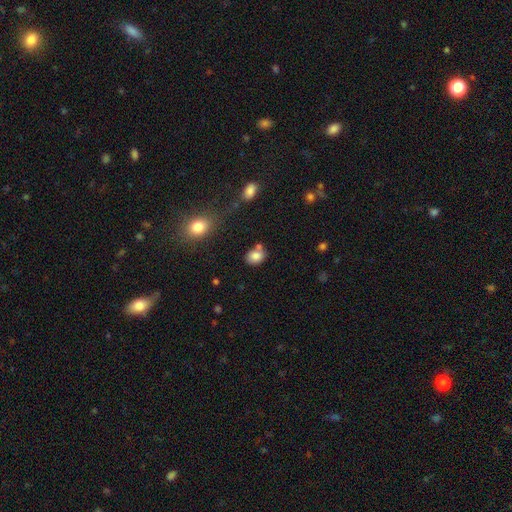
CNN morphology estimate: A smooth galaxy with no disk features (82%) that is in between round and cigar-shaped (56%).

Vote fractions:
- Smooth or featured? smooth: 82% / star or artifact: 10% / featured or disk: 8%
- How rounded? in between: 56% / round: 43% / cigar-shaped: 1%
- Merging? none: 63% / merger: 18% / minor disturbance: 16% / major disturbance: 4%